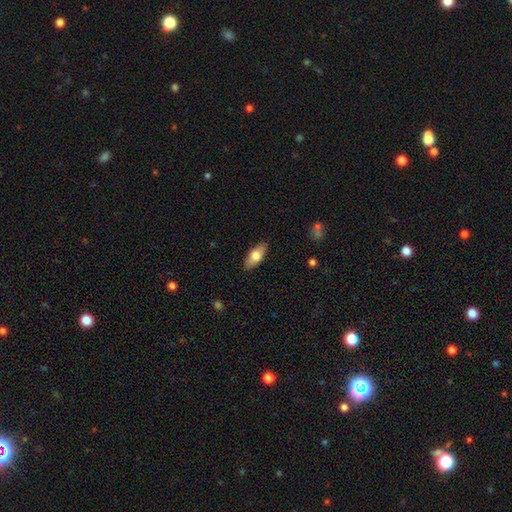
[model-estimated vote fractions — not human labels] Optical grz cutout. It shows a smooth galaxy with no disk features (71%) that is in between round and cigar-shaped (83%). Merging: none (87%).